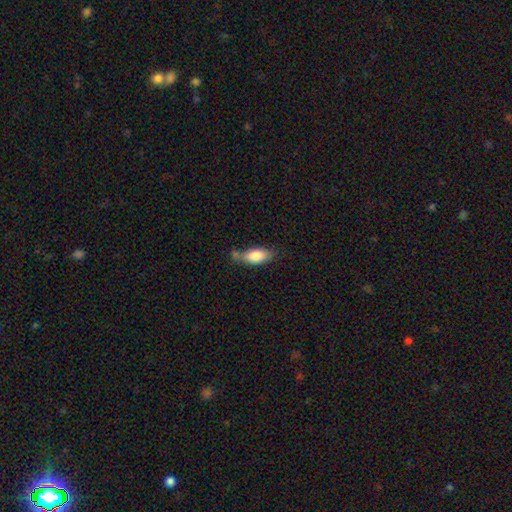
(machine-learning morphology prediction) smooth_or_featured: smooth (p=0.80) [alt: featured or disk p=0.13]
how_rounded: in between (p=0.83) [alt: cigar-shaped p=0.14]
merging: none (p=0.52) [alt: minor disturbance p=0.25]